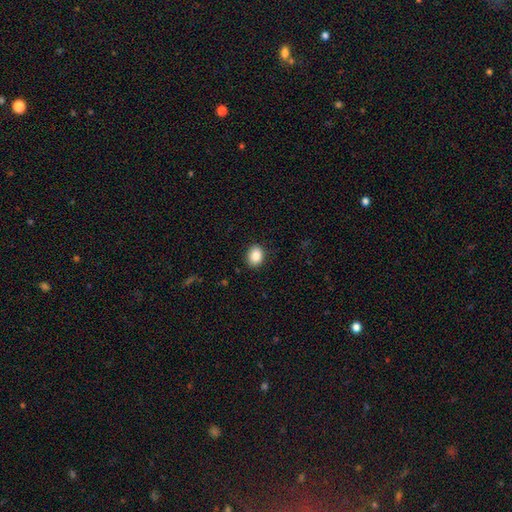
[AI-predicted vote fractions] This appears to be a smooth galaxy with no disk features (87%) that is in between round and cigar-shaped (61%). Merging: none (89%).